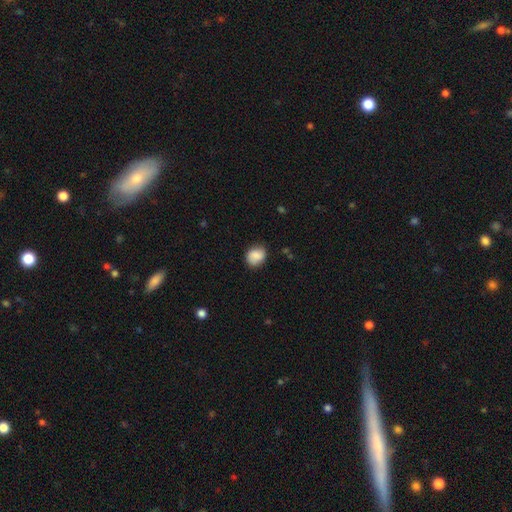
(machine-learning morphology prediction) smooth 84%, star or artifact 8%, featured or disk 8%. Down the decision tree: how rounded — round (56%); merging — none (76%).